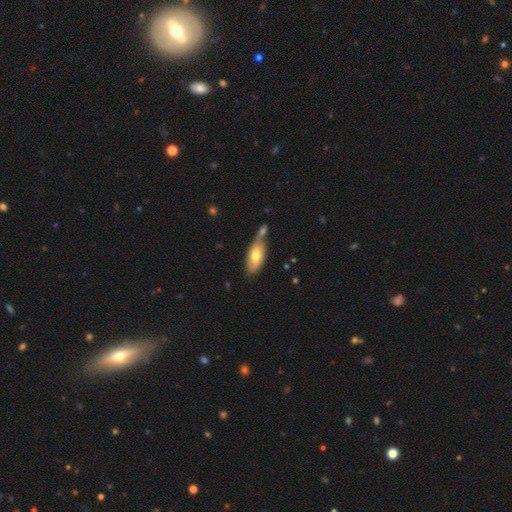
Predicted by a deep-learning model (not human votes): smooth-or-featured: smooth: 69% | featured or disk: 25% | star or artifact: 7%
  how-rounded: in between: 84% | cigar-shaped: 13% | round: 3%
  merging: none: 45% | merger: 34% | minor disturbance: 16% | major disturbance: 5%